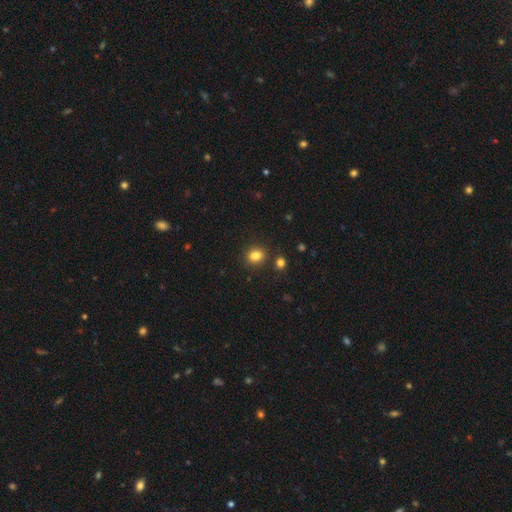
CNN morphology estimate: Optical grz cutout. It shows a smooth galaxy with no disk features (83%) that is round (56%). Merging: none (83%).